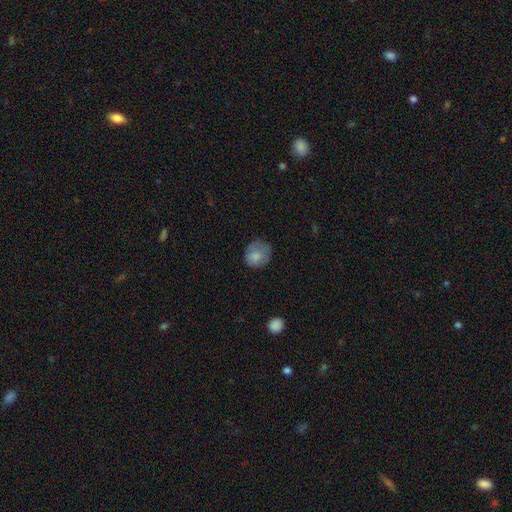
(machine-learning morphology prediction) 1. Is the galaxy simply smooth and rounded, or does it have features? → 78% smooth, 14% featured or disk, 9% star or artifact.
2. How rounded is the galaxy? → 78% round, 21% in between, 1% cigar-shaped.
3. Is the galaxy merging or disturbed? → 62% none, 27% minor disturbance, 10% major disturbance, 1% merger.